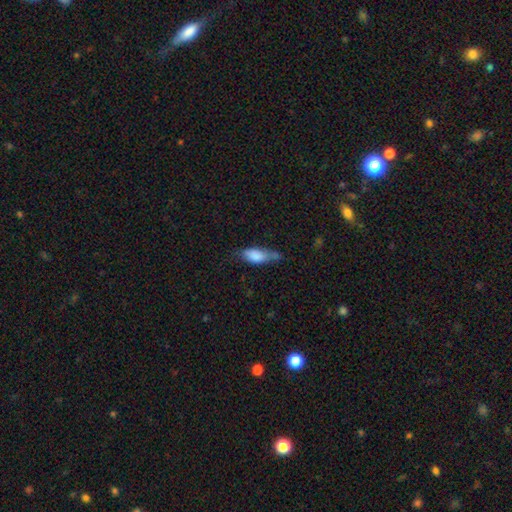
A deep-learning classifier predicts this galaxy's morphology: Smooth or featured: smooth — 78% (featured or disk — 15%)
How rounded: in between — 74% (cigar-shaped — 23%)
Merging: minor disturbance — 40% (none — 38%)